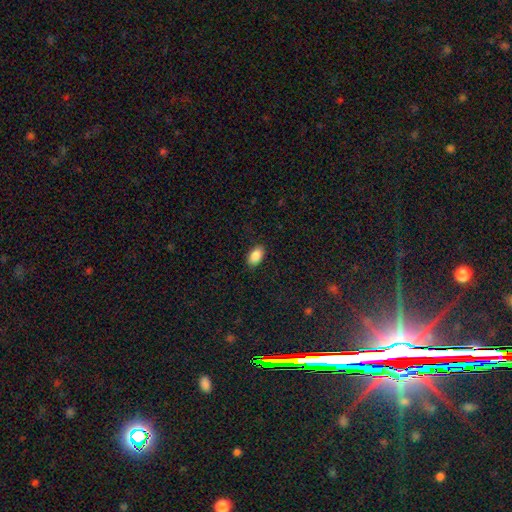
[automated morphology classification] A smooth galaxy with no disk features (88%) that is in between round and cigar-shaped (93%).

Vote fractions:
- Smooth or featured? smooth: 88% / star or artifact: 7% / featured or disk: 4%
- How rounded? in between: 93% / round: 6% / cigar-shaped: 2%
- Merging? none: 87% / minor disturbance: 10% / major disturbance: 2% / merger: 1%